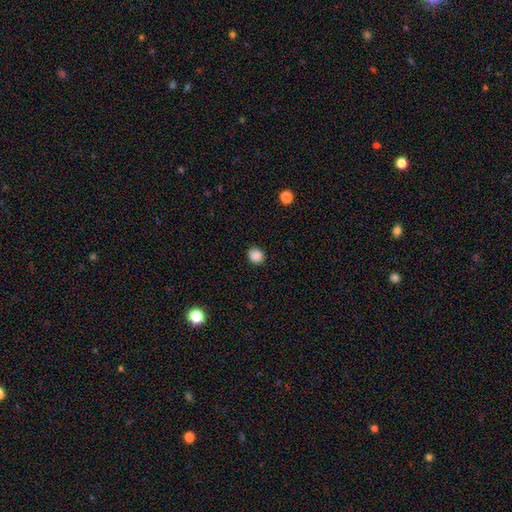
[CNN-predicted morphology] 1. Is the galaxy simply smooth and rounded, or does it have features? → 87% smooth, 10% star or artifact, 3% featured or disk.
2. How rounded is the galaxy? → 77% round, 22% in between, 1% cigar-shaped.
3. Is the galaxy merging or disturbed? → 88% none, 9% minor disturbance, 2% major disturbance, 1% merger.